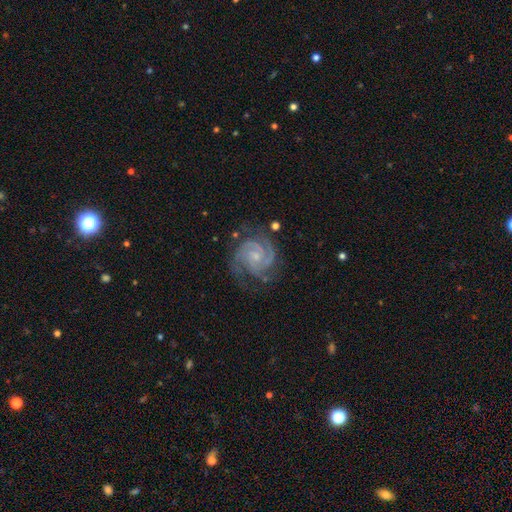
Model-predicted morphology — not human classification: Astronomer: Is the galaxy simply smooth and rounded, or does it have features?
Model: featured or disk — 92%.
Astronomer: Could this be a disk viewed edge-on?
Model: no — 98%.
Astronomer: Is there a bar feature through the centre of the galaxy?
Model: no — 62%.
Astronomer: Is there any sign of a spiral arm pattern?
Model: yes — 99%.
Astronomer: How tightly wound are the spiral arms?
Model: tight — 66%.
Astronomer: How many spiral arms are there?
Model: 2 — 44% (runner-up: 3, 35%).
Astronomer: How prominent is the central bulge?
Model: small — 69%.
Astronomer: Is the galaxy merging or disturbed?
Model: none — 72%.